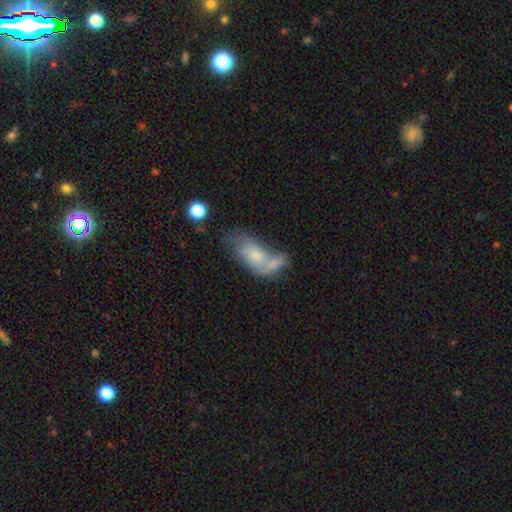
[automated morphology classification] This appears to be a smooth galaxy with no disk features (57%) that is in between round and cigar-shaped (84%). Merging: merger (49%).